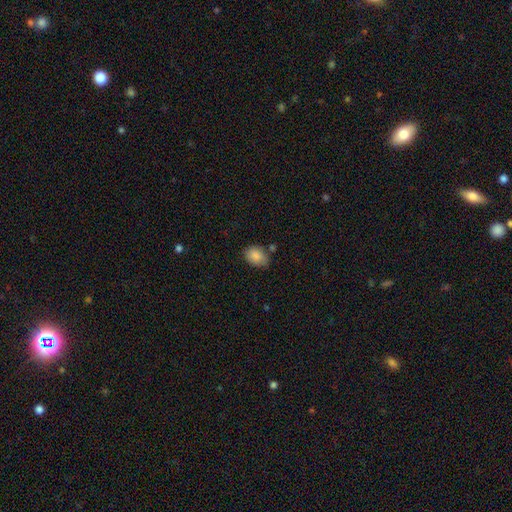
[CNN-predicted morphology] This is clearly a smooth galaxy (86%). How rounded: likely in between (72%). Merging: likely none (66%).